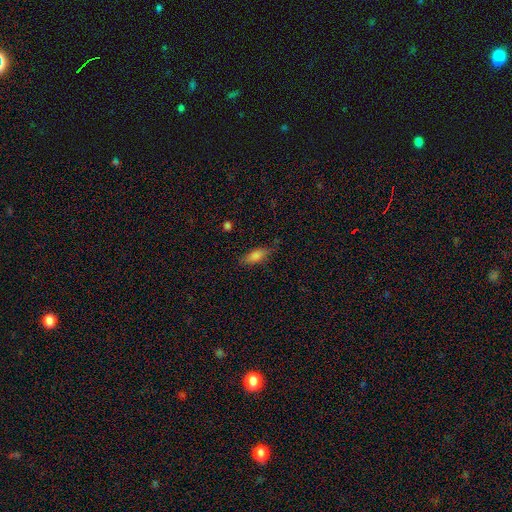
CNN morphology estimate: smooth 79%, featured or disk 12%, star or artifact 9%. Down the decision tree: how rounded — in between (73%); merging — none (75%).